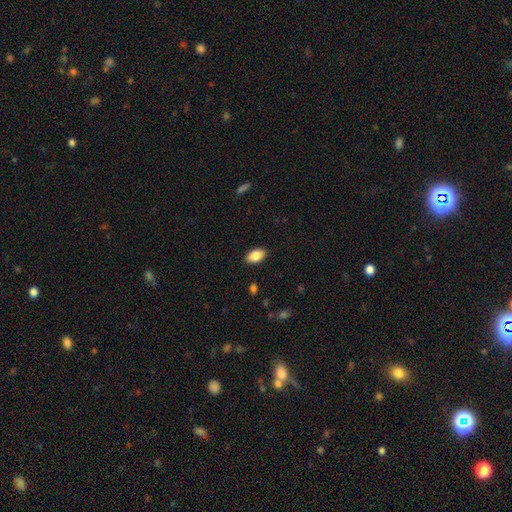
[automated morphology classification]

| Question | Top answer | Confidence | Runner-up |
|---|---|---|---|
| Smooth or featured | smooth | 85% | featured or disk (8%) |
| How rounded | in between | 93% | round (5%) |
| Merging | none | 88% | minor disturbance (9%) |